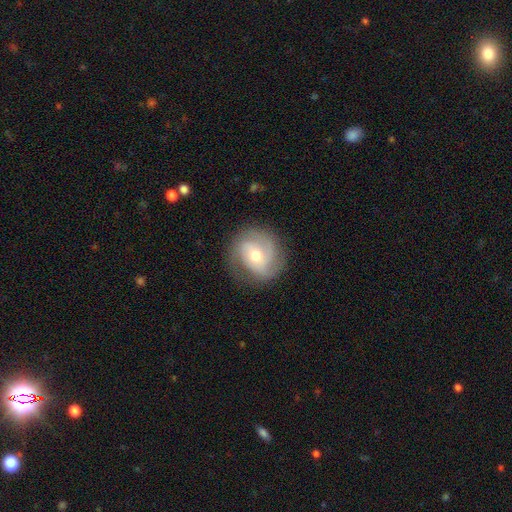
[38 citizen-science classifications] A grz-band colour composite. It shows a featured or disk galaxy (87%) with no bar (59%), 3 (53%) medium (50%) spiral arms (94%) and a moderate central bulge (56%). Merging: none (54%).